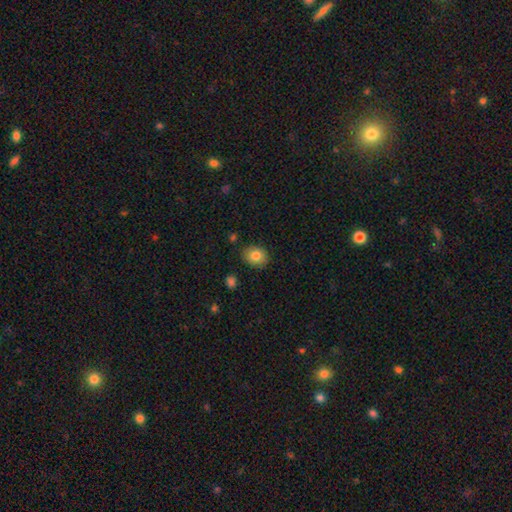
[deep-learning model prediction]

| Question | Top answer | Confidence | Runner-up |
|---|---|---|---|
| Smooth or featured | smooth | 82% | featured or disk (9%) |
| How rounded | in between | 51% | round (48%) |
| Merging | none | 86% | minor disturbance (10%) |